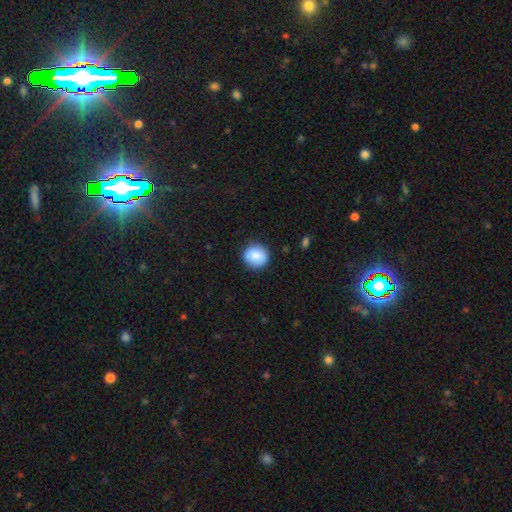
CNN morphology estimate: smooth-or-featured: smooth: 84% | featured or disk: 8% | star or artifact: 8%
  how-rounded: round: 90% | in between: 9% | cigar-shaped: 1%
  merging: none: 87% | minor disturbance: 10% | major disturbance: 2% | merger: 1%